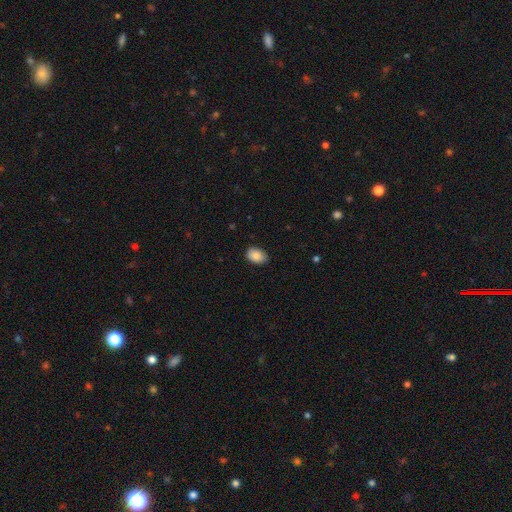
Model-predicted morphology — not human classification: A smooth galaxy with no disk features (87%) that is in between round and cigar-shaped (78%).

Vote fractions:
- Smooth or featured? smooth: 87% / star or artifact: 7% / featured or disk: 5%
- How rounded? in between: 78% / round: 21% / cigar-shaped: 1%
- Merging? none: 81% / minor disturbance: 15% / major disturbance: 2% / merger: 1%